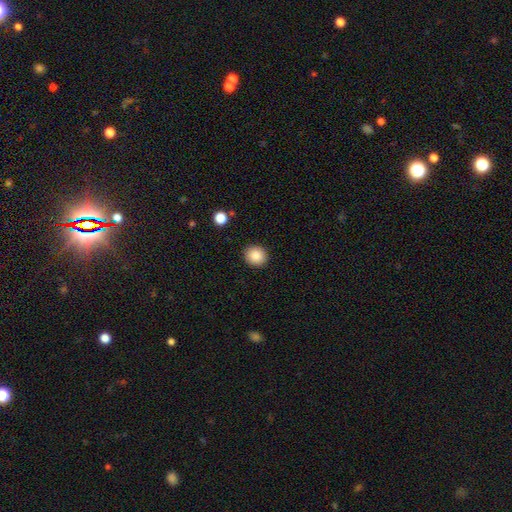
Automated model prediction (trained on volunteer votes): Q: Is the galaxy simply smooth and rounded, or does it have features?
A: smooth — 87%.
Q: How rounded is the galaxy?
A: round — 82%.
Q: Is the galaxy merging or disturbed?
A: none — 91%.